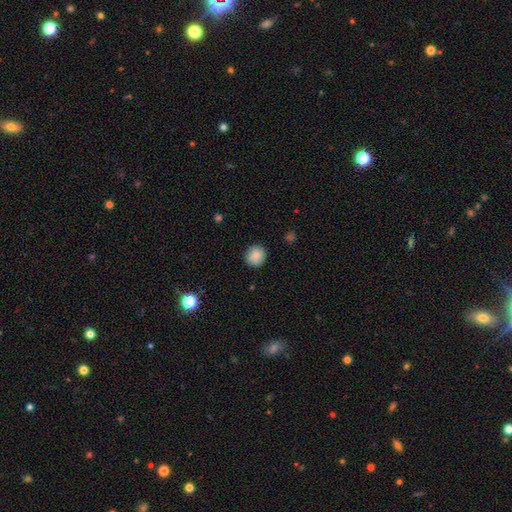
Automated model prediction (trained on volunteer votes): Q: Smooth or featured?
A: smooth (87%); runner-up: star or artifact (8%)
Q: How rounded?
A: round (89%); runner-up: in between (10%)
Q: Merging?
A: none (88%); runner-up: minor disturbance (9%)